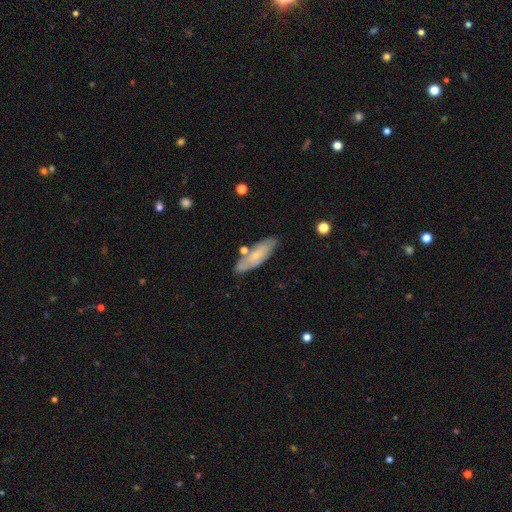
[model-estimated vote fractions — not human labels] Smooth or featured? smooth (60%)
How rounded? in between (53%)
Merging? none (74%)